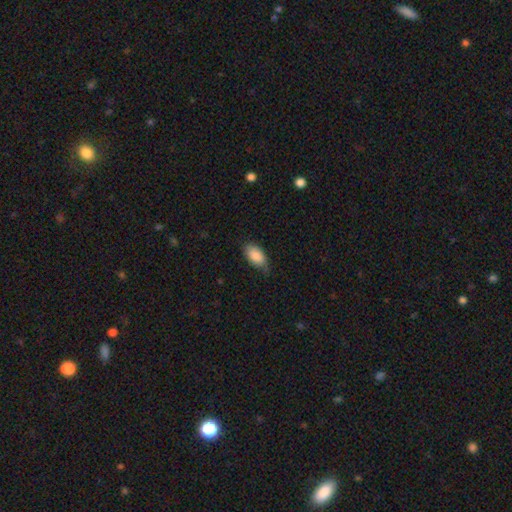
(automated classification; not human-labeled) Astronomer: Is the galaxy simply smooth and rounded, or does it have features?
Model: smooth — 88%.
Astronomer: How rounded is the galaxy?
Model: in between — 93%.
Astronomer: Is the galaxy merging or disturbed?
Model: none — 66%.